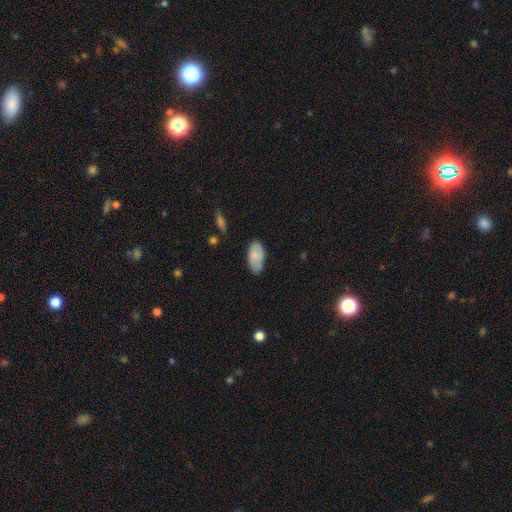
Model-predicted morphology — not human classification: smooth-or-featured: smooth: 77% | featured or disk: 17% | star or artifact: 7%
  how-rounded: in between: 94% | cigar-shaped: 4% | round: 3%
  merging: none: 71% | minor disturbance: 22% | major disturbance: 4% | merger: 2%